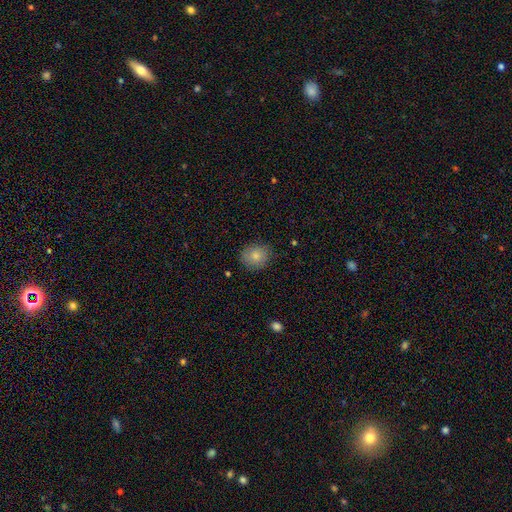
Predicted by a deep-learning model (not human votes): Smooth or featured? smooth (83%)
How rounded? round (76%)
Merging? none (83%)